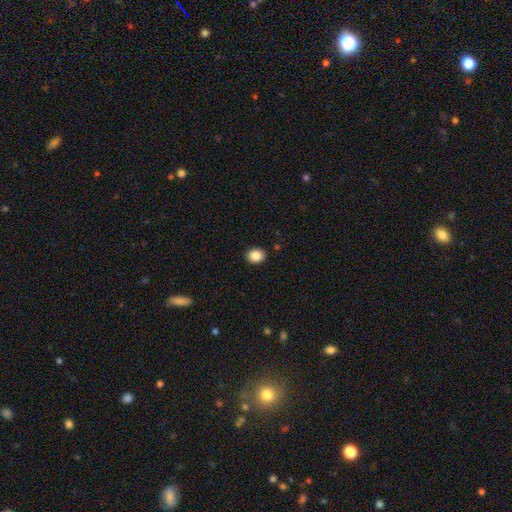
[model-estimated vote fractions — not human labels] This appears to be a smooth galaxy with no disk features (87%) that is round (50%). Merging: none (91%).